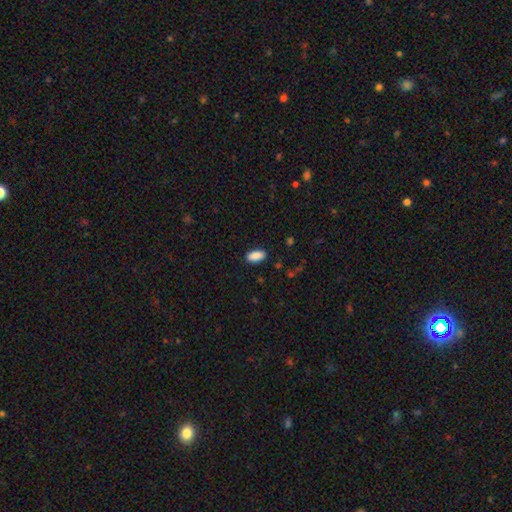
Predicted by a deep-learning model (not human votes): This appears to be a smooth galaxy with no disk features (89%) that is in between round and cigar-shaped (92%). Merging: none (88%).